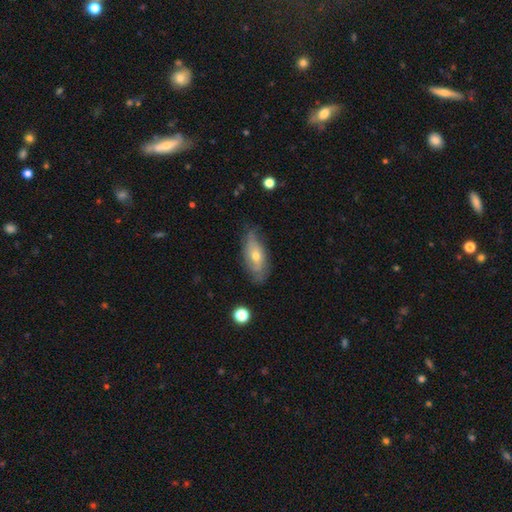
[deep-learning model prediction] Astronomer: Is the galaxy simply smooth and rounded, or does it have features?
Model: featured or disk — 51% (runner-up: smooth, 41%).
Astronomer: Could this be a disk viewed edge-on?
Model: no — 74%.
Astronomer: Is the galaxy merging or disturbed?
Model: none — 71%.